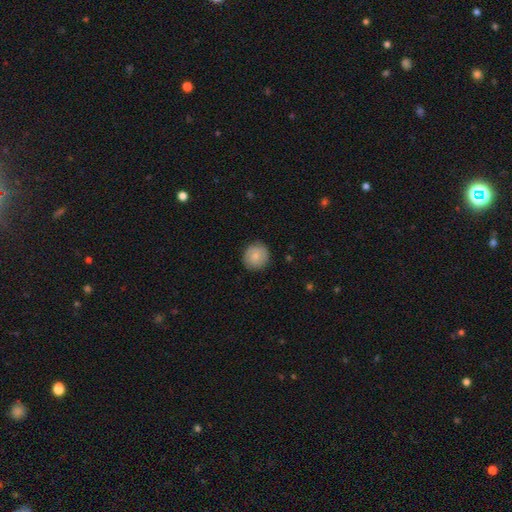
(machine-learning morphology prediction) Smooth or featured? Predicted: smooth (p=0.78). How rounded? Predicted: round (p=0.89). Merging? Predicted: none (p=0.87).